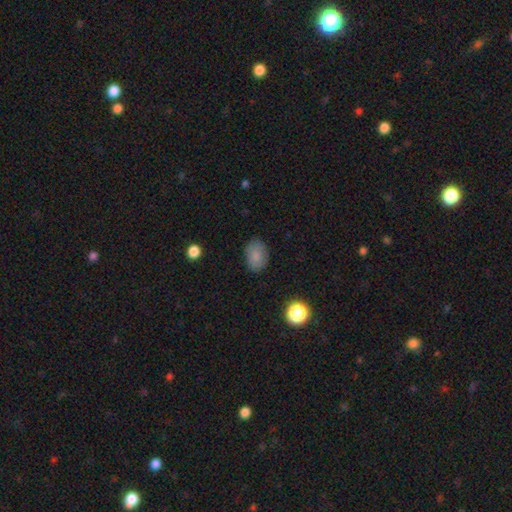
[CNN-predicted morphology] This appears to be a smooth galaxy with no disk features (83%) that is in between round and cigar-shaped (79%). Merging: none (81%).